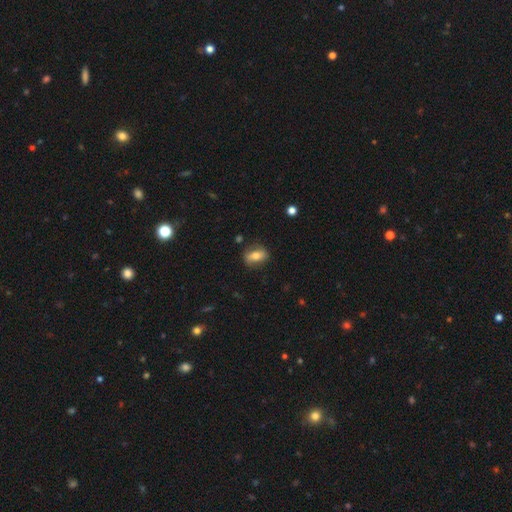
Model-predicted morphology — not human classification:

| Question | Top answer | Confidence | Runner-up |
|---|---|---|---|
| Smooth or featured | smooth | 65% | featured or disk (26%) |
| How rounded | in between | 75% | round (18%) |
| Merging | none | 78% | minor disturbance (16%) |